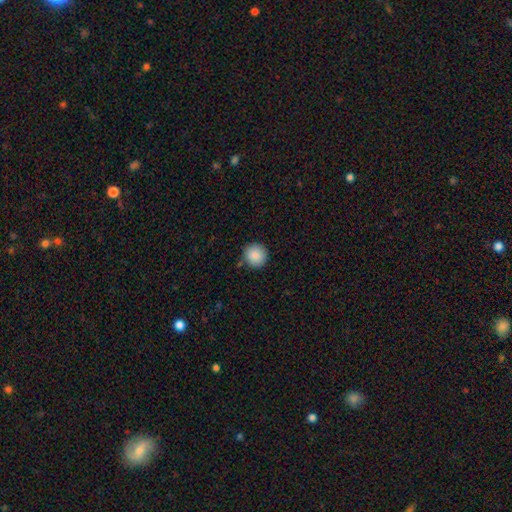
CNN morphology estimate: A smooth galaxy with no disk features (89%) that is round (94%). Merging: none (86%).